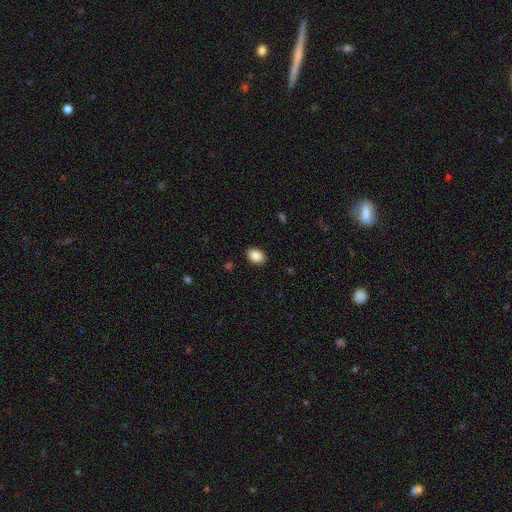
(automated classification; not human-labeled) A smooth galaxy with no disk features (89%) that is in between round and cigar-shaped (76%). Merging: none (89%).